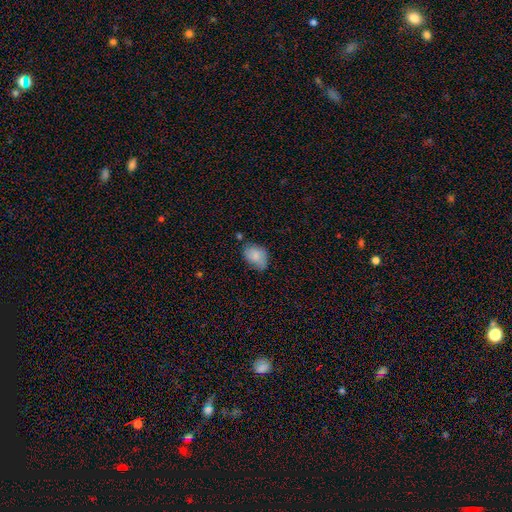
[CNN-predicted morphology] A smooth galaxy with no disk features (81%) that is in between round and cigar-shaped (77%). Merging: none (56%).